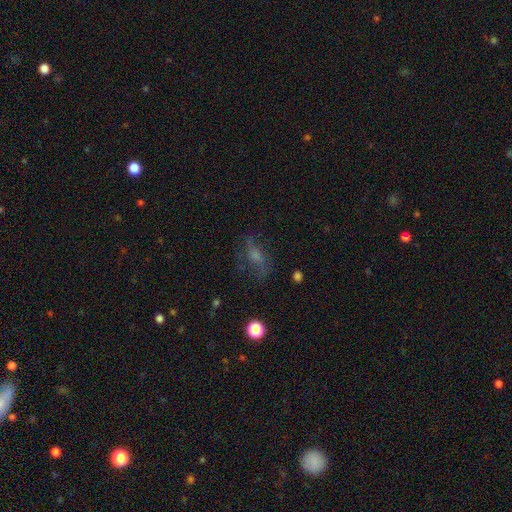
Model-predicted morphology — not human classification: This appears to be a featured or disk galaxy (47%). Merging: none (65%).